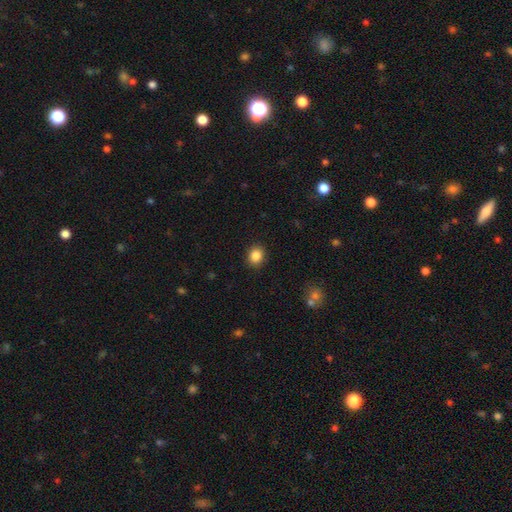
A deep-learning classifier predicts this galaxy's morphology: Smooth or featured?
  - smooth: 87% *
  - star or artifact: 9%
  - featured or disk: 4%
How rounded?
  - round: 70% *
  - in between: 29%
  - cigar-shaped: 1%
Merging?
  - none: 91% *
  - minor disturbance: 6%
  - major disturbance: 2%
  - merger: 1%